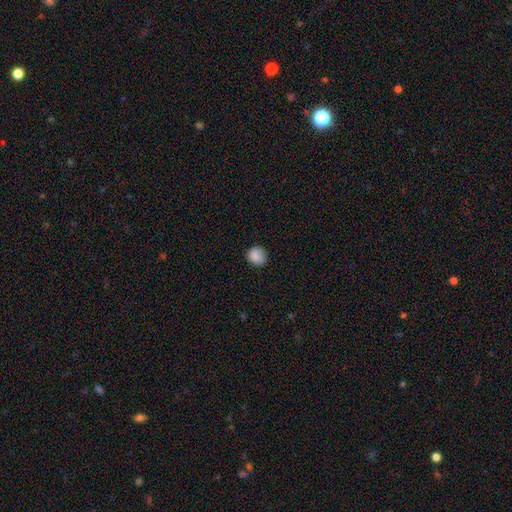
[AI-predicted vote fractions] The model was most divided on "merging": none: 77%, minor disturbance: 18%, major disturbance: 4%, merger: 1%. More confident: smooth or featured — smooth (86%); how rounded — round (82%).